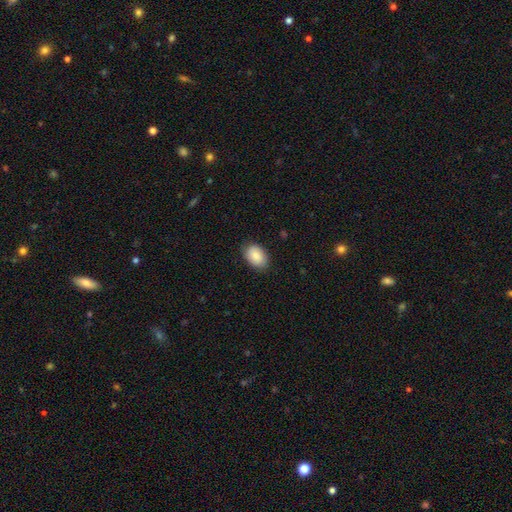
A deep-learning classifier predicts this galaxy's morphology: This is clearly a smooth galaxy (87%). How rounded: clearly in between (84%). Merging: clearly none (84%).